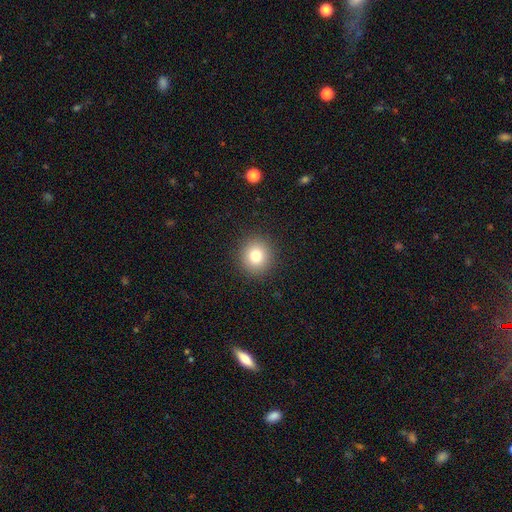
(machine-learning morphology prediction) This appears to be a smooth galaxy with no disk features (80%) that is round (90%). Merging: none (91%).